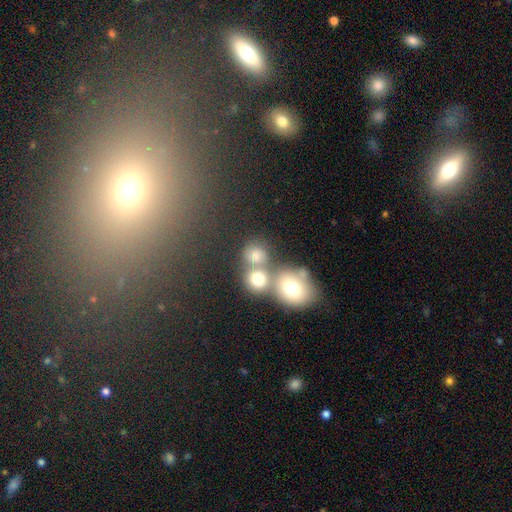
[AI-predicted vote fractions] Smooth or featured? smooth (73%)
How rounded? round (80%)
Merging? none (44%)